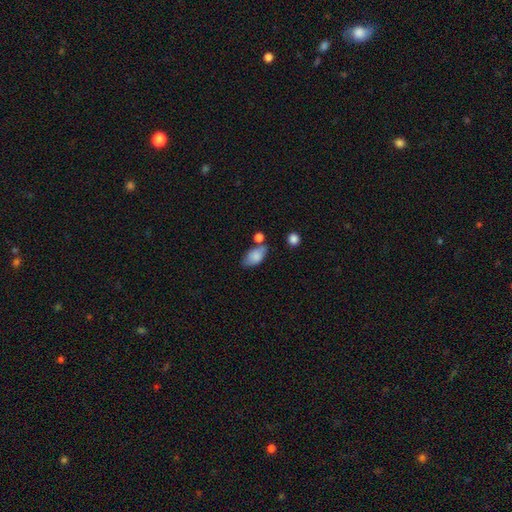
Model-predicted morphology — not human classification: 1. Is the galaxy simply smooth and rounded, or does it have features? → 81% smooth, 11% featured or disk, 7% star or artifact.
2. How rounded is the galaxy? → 91% in between, 6% round, 4% cigar-shaped.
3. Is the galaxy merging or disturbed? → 56% none, 22% minor disturbance, 15% merger, 7% major disturbance.